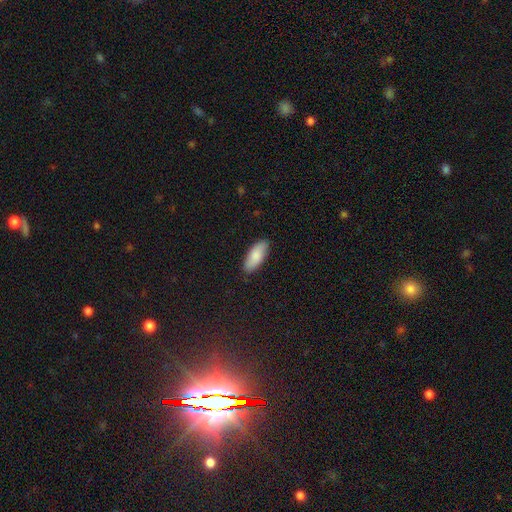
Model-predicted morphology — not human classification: type=smooth (84%); roundness=in between (84%); merging=none (87%).